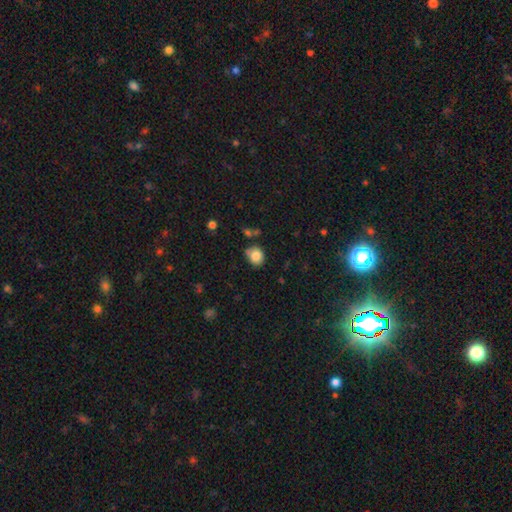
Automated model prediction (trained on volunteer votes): Smooth or featured? Predicted: smooth (p=0.82). How rounded? Predicted: round (p=0.69). Merging? Predicted: none (p=0.67).